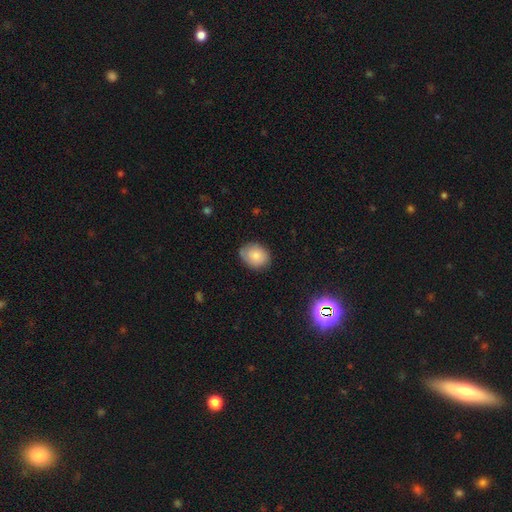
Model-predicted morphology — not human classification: A smooth galaxy with no disk features (78%) that is in between round and cigar-shaped (53%).

Vote fractions:
- Smooth or featured? smooth: 78% / featured or disk: 14% / star or artifact: 8%
- How rounded? in between: 53% / round: 46% / cigar-shaped: 1%
- Merging? none: 74% / minor disturbance: 20% / major disturbance: 4% / merger: 1%